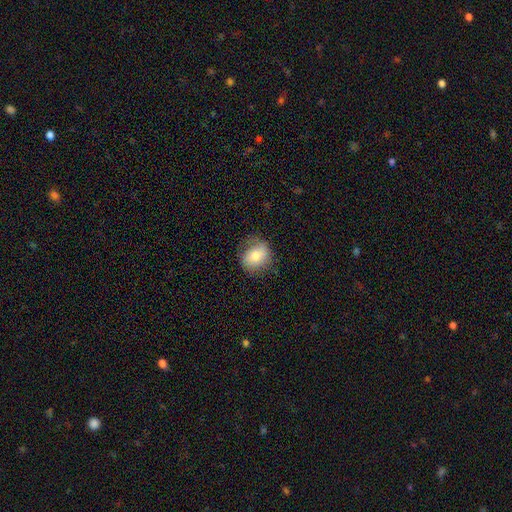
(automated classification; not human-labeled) Smooth or featured? smooth (71%)
How rounded? round (61%)
Merging? none (72%)